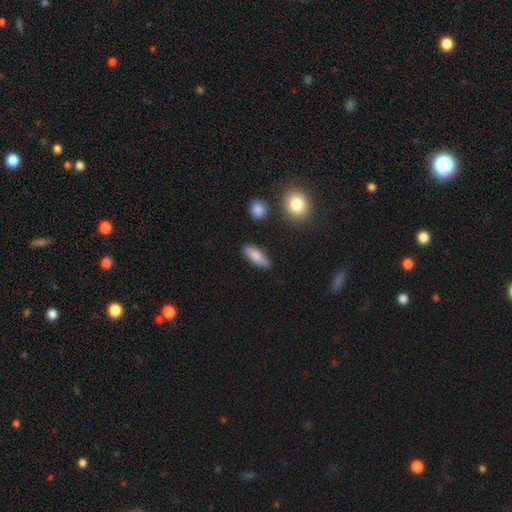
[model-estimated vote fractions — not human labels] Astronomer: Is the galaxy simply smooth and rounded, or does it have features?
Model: smooth — 85%.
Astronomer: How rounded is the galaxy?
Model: in between — 65%.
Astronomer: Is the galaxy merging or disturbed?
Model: none — 85%.